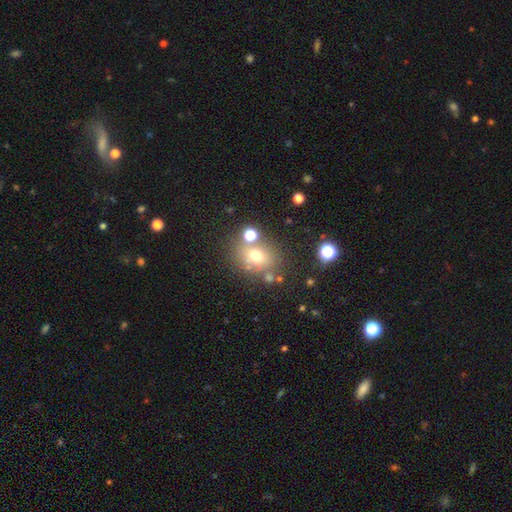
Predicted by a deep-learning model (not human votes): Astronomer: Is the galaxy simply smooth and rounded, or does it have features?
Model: smooth — 62%.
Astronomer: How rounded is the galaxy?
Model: round — 59% (runner-up: in between, 40%).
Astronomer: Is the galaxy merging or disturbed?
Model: none — 66%.